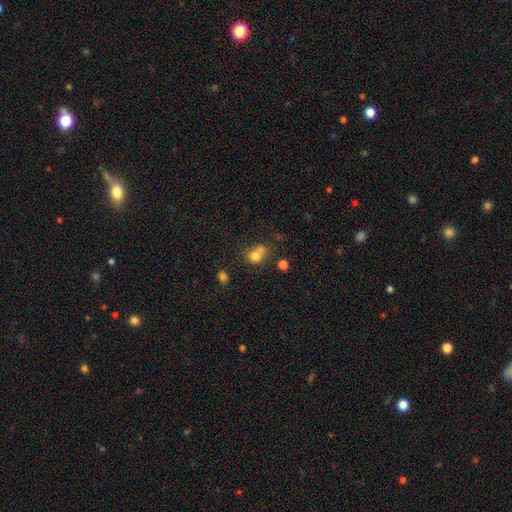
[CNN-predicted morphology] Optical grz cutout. It shows a smooth galaxy with no disk features (75%) that is round (73%). Merging: merger (46%).